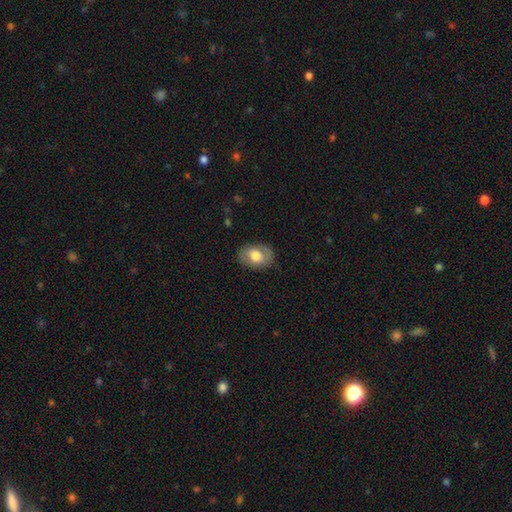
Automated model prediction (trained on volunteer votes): A smooth galaxy with no disk features (68%) that is in between round and cigar-shaped (75%).

Vote fractions:
- Smooth or featured? smooth: 68% / featured or disk: 25% / star or artifact: 7%
- How rounded? in between: 75% / round: 24% / cigar-shaped: 1%
- Merging? none: 82% / minor disturbance: 13% / major disturbance: 4% / merger: 1%